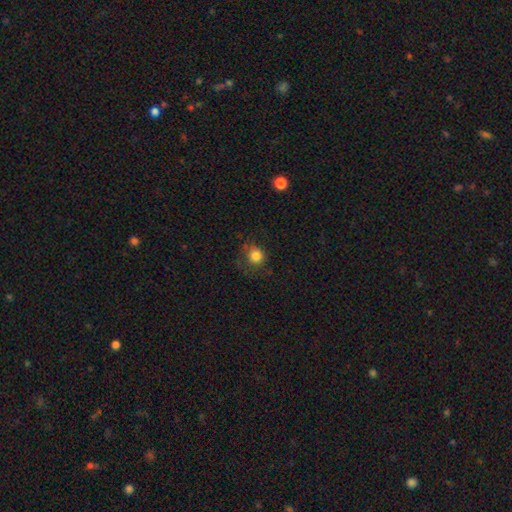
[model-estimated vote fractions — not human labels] Morphology: type=smooth (81%); roundness=round (86%); merging=none (65%).